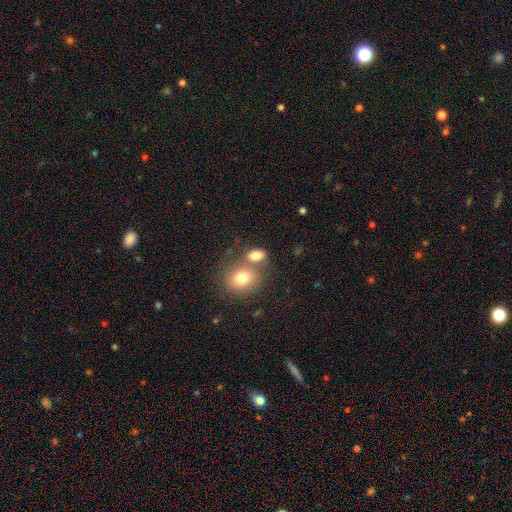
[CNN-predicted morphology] This appears to be a smooth galaxy with no disk features (80%) that is in between round and cigar-shaped (68%). Merging: none (45%).